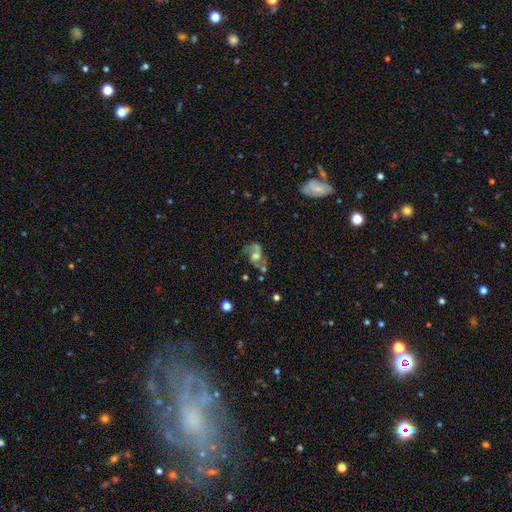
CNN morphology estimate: The model was most divided on "merging": none: 40%, major disturbance: 23%, merger: 19%, minor disturbance: 18%. Remaining: edge-on disk — no (96%); spiral arms — yes (76%); bar — no (63%); smooth or featured — featured or disk (63%); bulge size — moderate (48%).